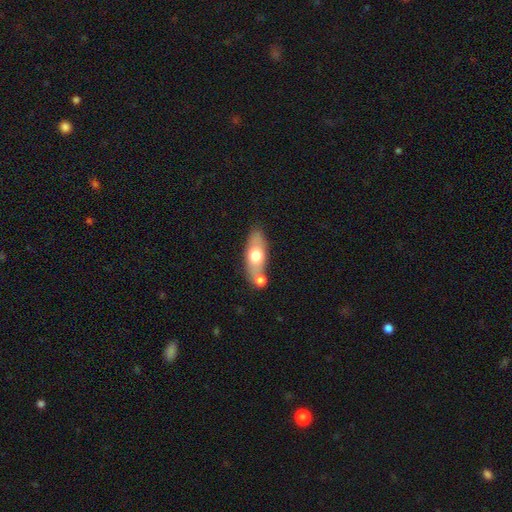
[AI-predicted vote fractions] smooth-or-featured: smooth: 60% | featured or disk: 34% | star or artifact: 6%
  how-rounded: in between: 70% | cigar-shaped: 24% | round: 5%
  merging: none: 57% | merger: 25% | minor disturbance: 14% | major disturbance: 4%